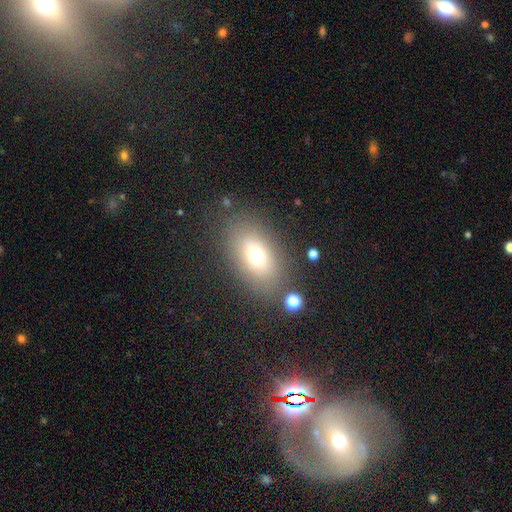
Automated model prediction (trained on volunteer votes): Overall: smooth (71%). How rounded: in between (87%). Merging: none (78%).